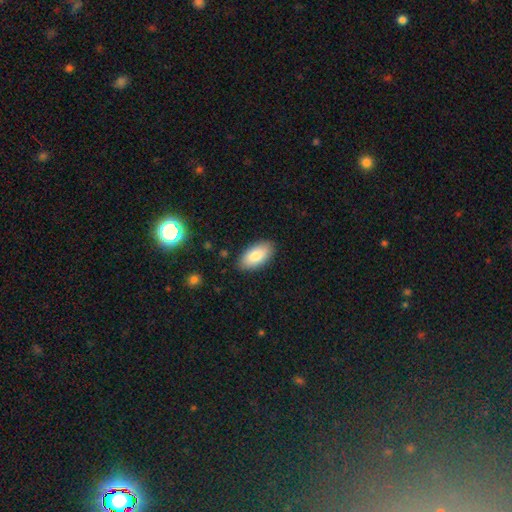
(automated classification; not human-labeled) This appears to be a smooth galaxy with no disk features (84%) that is in between round and cigar-shaped (93%). Merging: none (87%).